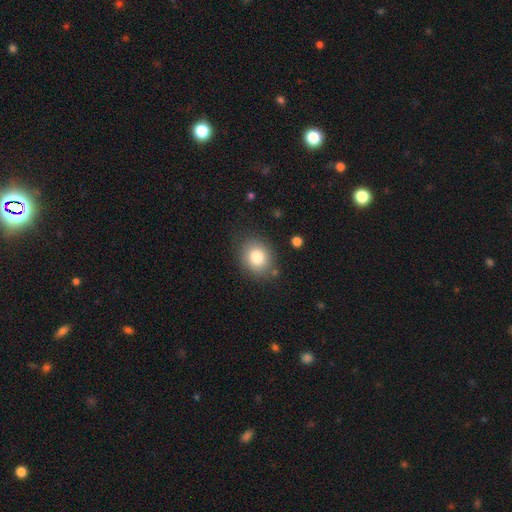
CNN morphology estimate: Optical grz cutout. It shows a smooth galaxy with no disk features (81%) that is round (59%). Merging: none (81%).